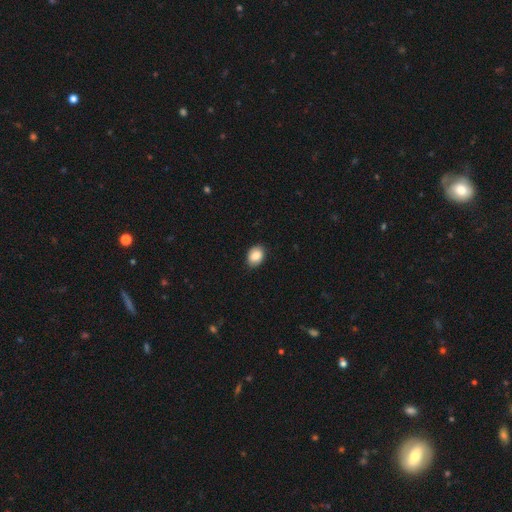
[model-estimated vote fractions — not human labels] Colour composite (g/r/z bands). It shows a smooth galaxy with no disk features (85%) that is in between round and cigar-shaped (70%). Merging: none (85%).